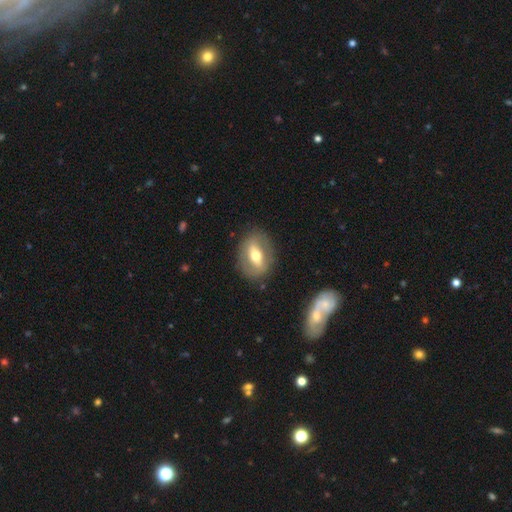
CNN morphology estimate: This appears to be a featured or disk galaxy (53%). Merging: none (82%).